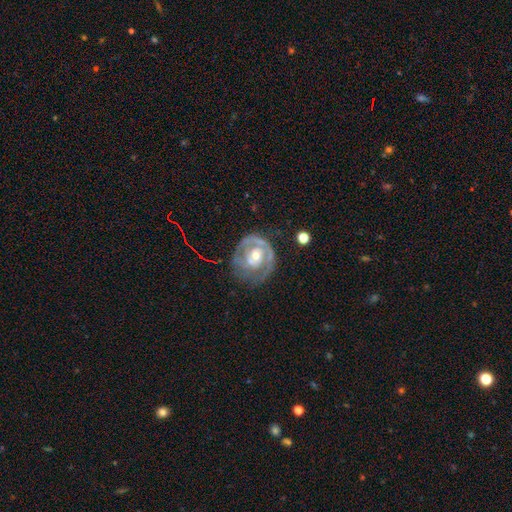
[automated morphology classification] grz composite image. It shows a featured or disk galaxy (76%) with no bar (73%), can't tell (30%, tied with 1) tight (63%) spiral arms (71%) and a moderate central bulge (55%). Merging: none (56%).